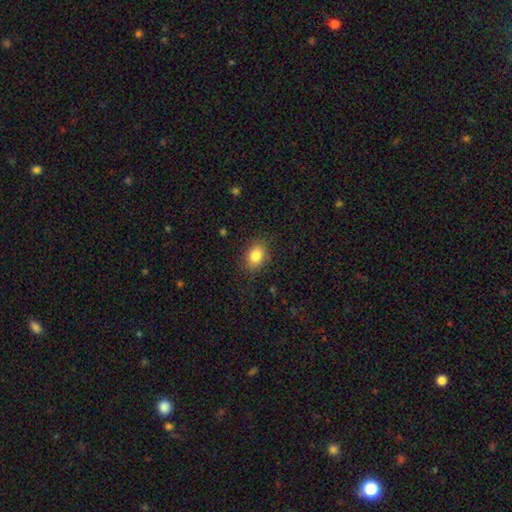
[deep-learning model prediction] A smooth galaxy with no disk features (84%) that is in between round and cigar-shaped (69%).

Vote fractions:
- Smooth or featured? smooth: 84% / star or artifact: 9% / featured or disk: 7%
- How rounded? in between: 69% / round: 30% / cigar-shaped: 1%
- Merging? none: 85% / minor disturbance: 11% / major disturbance: 3% / merger: 1%